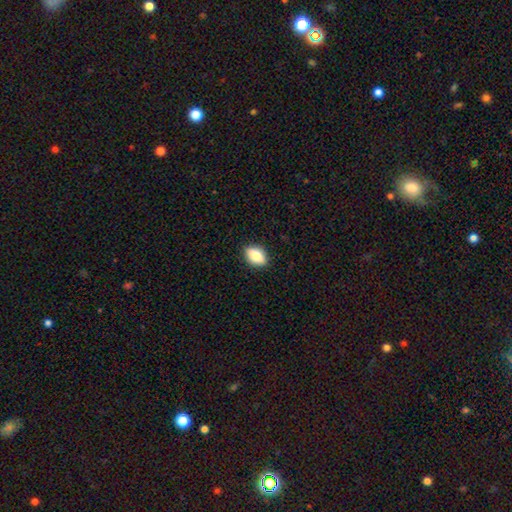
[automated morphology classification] This is likely a smooth galaxy (77%). How rounded: clearly in between (83%). Merging: clearly none (88%).